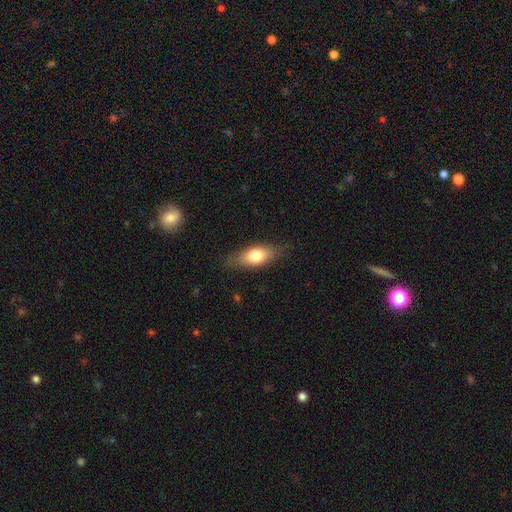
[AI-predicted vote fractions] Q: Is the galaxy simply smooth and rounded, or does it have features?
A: smooth — 72%.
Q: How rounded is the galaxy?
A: in between — 78%.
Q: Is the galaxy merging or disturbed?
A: none — 80%.